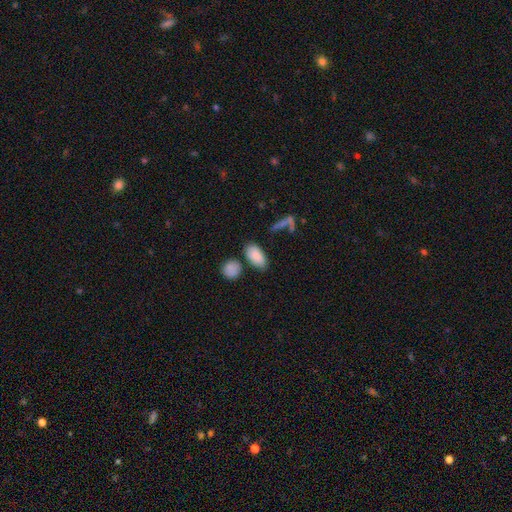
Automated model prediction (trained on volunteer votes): Smooth or featured: smooth — 85% (featured or disk — 7%)
How rounded: in between — 92% (cigar-shaped — 4%)
Merging: none — 69% (minor disturbance — 15%)